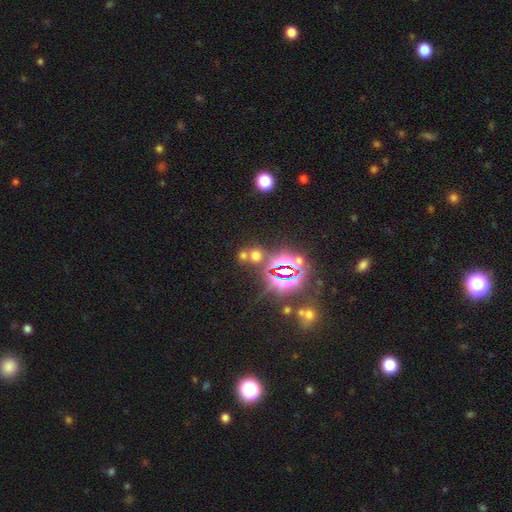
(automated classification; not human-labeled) This appears to be a star or artifact, not a galaxy (47%).